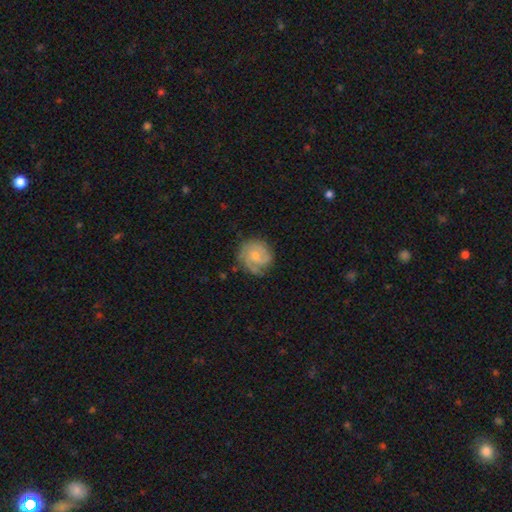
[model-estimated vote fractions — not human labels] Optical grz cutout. It shows a featured or disk galaxy (72%) with no bar (65%), 2 (37%) tight (58%) spiral arms (93%) and a small central bulge (57%). Merging: none (72%).